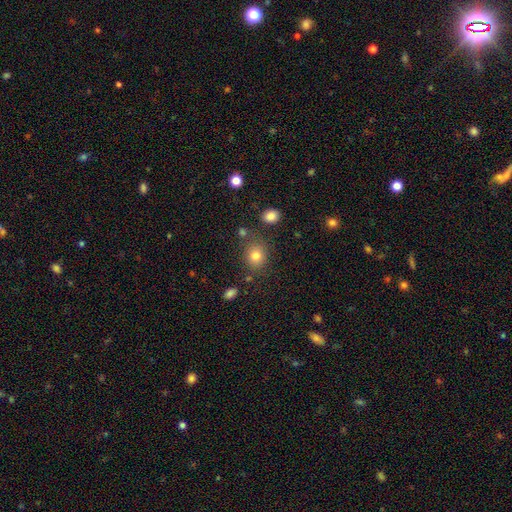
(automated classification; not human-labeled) Smooth or featured? Predicted: smooth (p=0.80). How rounded? Predicted: round (p=0.69). Merging? Predicted: none (p=0.75).